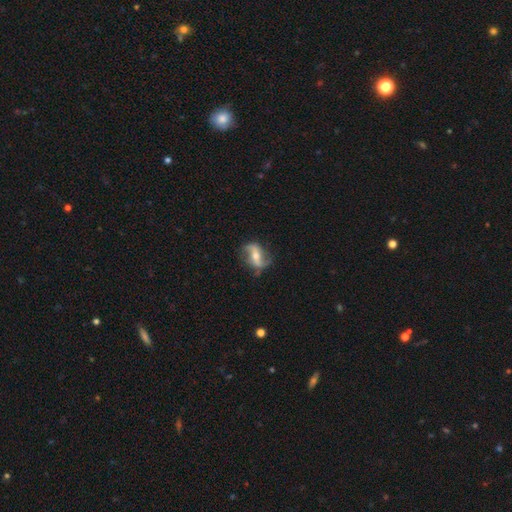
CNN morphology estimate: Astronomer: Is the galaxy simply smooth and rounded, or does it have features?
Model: featured or disk — 80%.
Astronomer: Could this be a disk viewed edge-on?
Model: no — 94%.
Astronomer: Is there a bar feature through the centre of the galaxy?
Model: strong — 38% (runner-up: weak, 33%).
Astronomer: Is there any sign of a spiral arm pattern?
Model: yes — 91%.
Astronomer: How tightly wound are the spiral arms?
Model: loose — 74%.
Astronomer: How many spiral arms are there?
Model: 2 — 91%.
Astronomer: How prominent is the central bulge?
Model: moderate — 56% (runner-up: small, 38%).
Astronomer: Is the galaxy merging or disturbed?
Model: none — 75%.